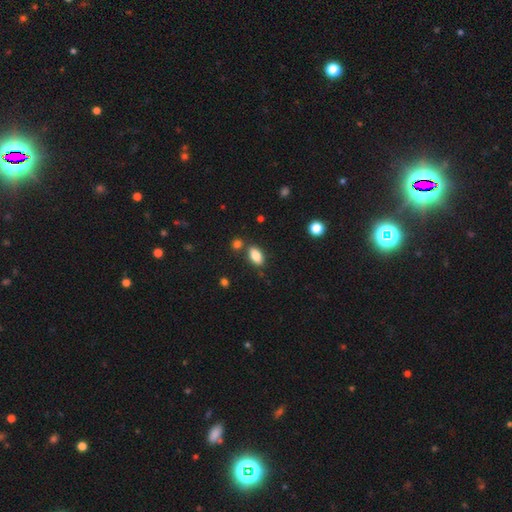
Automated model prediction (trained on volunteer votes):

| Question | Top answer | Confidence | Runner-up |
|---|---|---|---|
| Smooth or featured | smooth | 84% | star or artifact (8%) |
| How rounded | in between | 89% | cigar-shaped (6%) |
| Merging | none | 77% | minor disturbance (11%) |